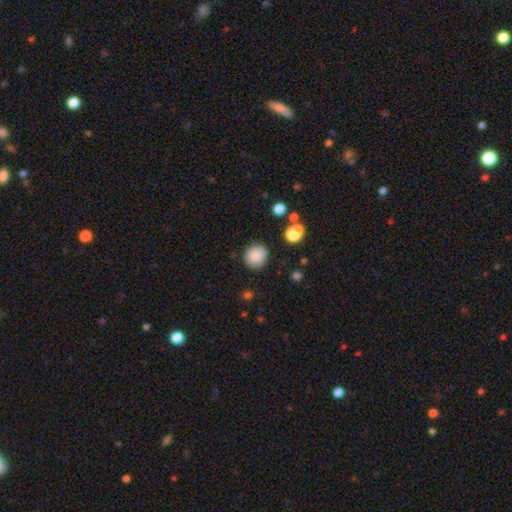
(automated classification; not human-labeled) A smooth galaxy with no disk features (82%) that is round (88%).

Vote fractions:
- Smooth or featured? smooth: 82% / star or artifact: 10% / featured or disk: 8%
- How rounded? round: 88% / in between: 11% / cigar-shaped: 1%
- Merging? none: 83% / minor disturbance: 11% / merger: 3% / major disturbance: 3%